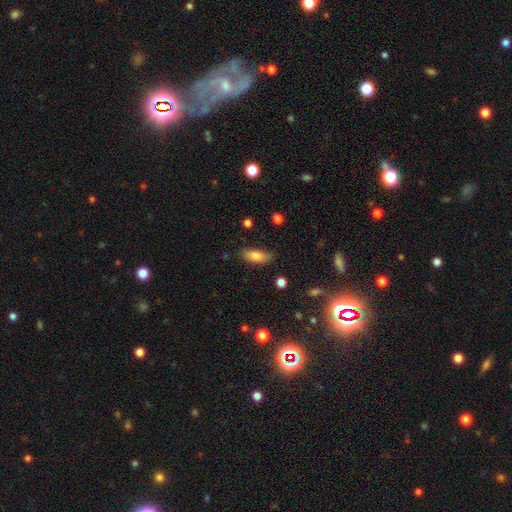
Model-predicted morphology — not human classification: Smooth or featured? Predicted: smooth (p=0.83). How rounded? Predicted: in between (p=0.80). Merging? Predicted: none (p=0.80).